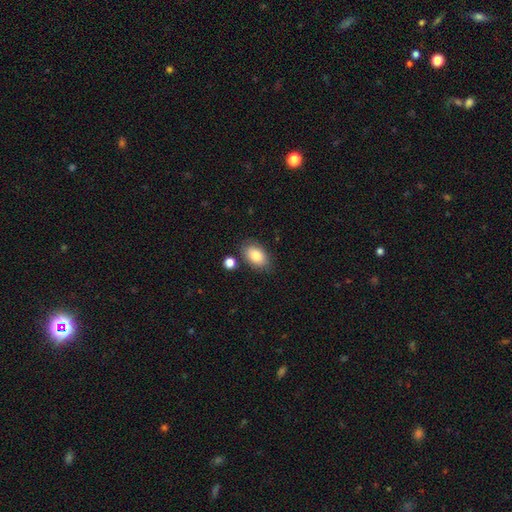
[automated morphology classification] Q: Smooth or featured?
A: smooth (83%); runner-up: featured or disk (9%)
Q: How rounded?
A: in between (90%); runner-up: round (9%)
Q: Merging?
A: none (79%); runner-up: minor disturbance (13%)